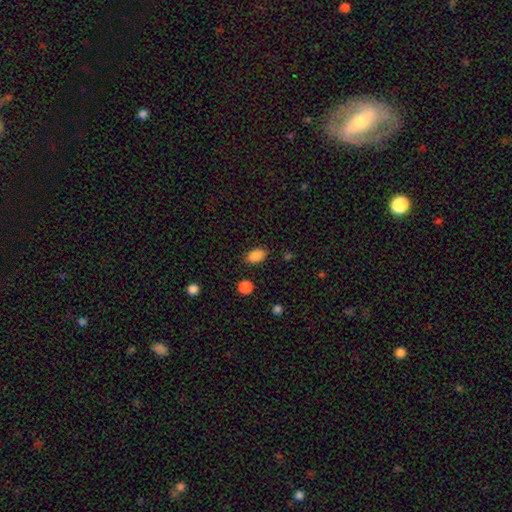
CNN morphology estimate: This is clearly a smooth galaxy (88%). How rounded: clearly in between (89%). Merging: clearly none (85%).